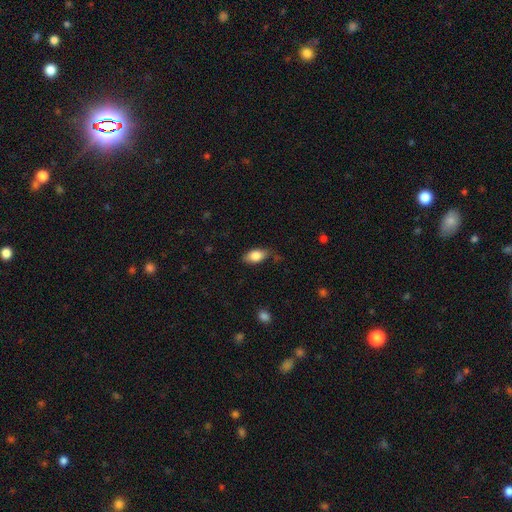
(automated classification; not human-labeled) Smooth or featured? Predicted: smooth (p=0.82). How rounded? Predicted: in between (p=0.90). Merging? Predicted: none (p=0.75).